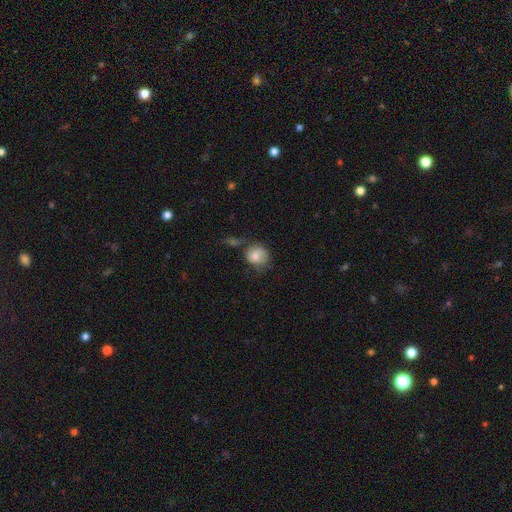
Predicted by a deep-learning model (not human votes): Q: Smooth or featured?
A: smooth (69%); runner-up: featured or disk (23%)
Q: How rounded?
A: round (73%); runner-up: in between (26%)
Q: Merging?
A: none (46%); runner-up: minor disturbance (28%)